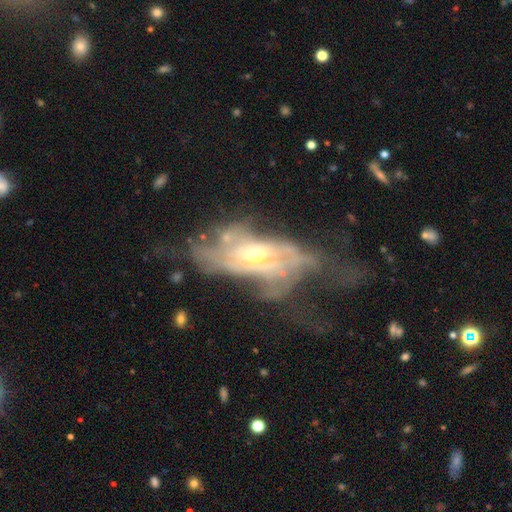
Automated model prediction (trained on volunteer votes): Smooth or featured: featured or disk — 75% (smooth — 16%)
Edge-on disk: no — 89% (yes — 11%)
Bar: no — 66% (weak — 26%)
Spiral arms: yes — 58% (no — 42%)
Bulge size: moderate — 55% (small — 38%)
Merging: major disturbance — 51% (none — 24%)